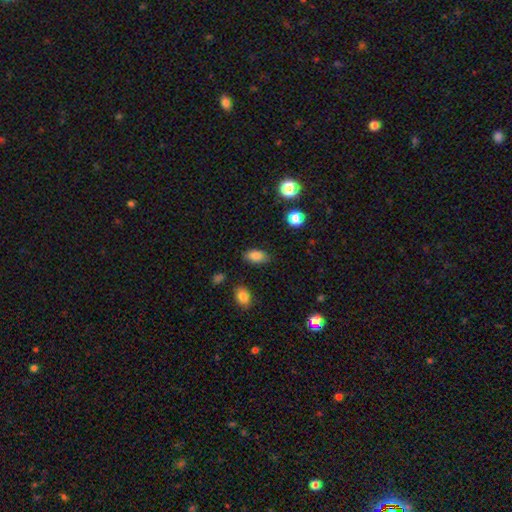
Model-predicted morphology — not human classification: Smooth or featured? smooth (83%)
How rounded? in between (90%)
Merging? none (83%)